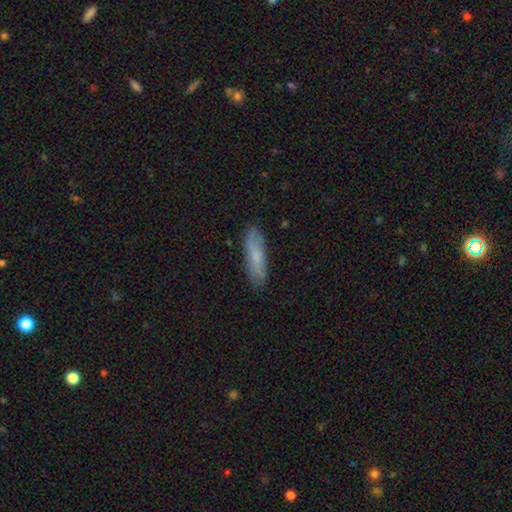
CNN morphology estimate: smooth 70%, featured or disk 23%, star or artifact 7%. Down the decision tree: how rounded — cigar-shaped (69%); merging — none (83%).